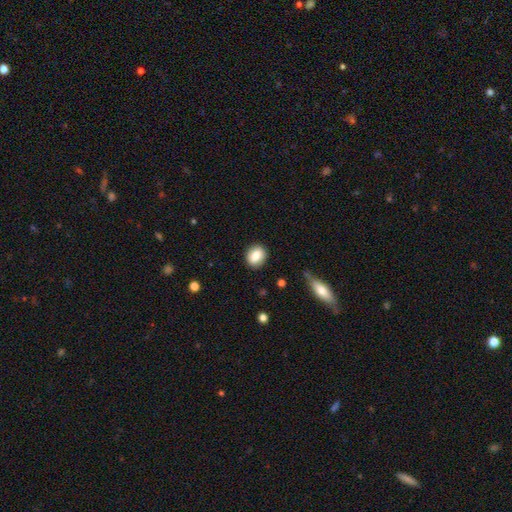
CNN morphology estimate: This appears to be a smooth galaxy with no disk features (82%) that is round (56%). Merging: none (87%).